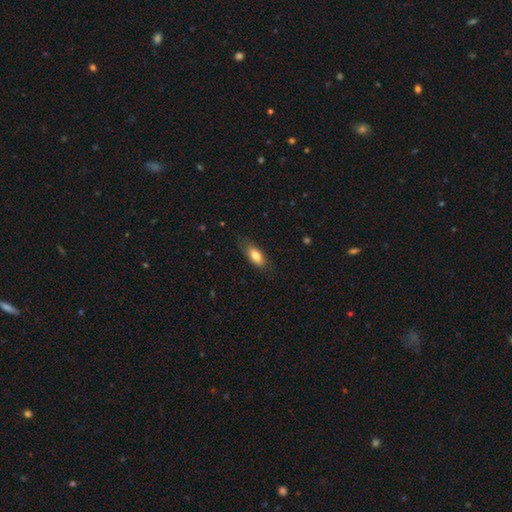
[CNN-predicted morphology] Overall: smooth (78%). How rounded: in between (79%). Merging: none (77%).